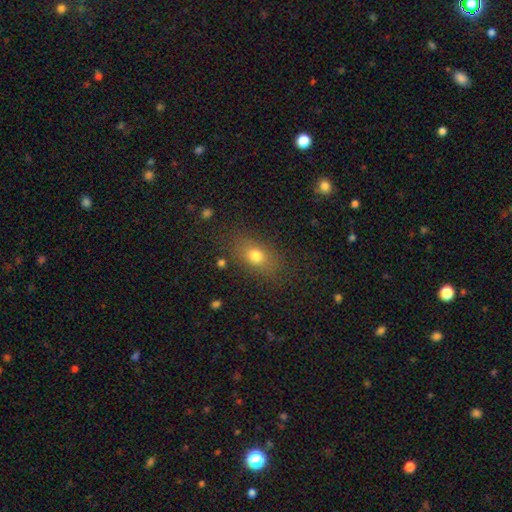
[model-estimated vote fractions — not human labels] This appears to be a smooth galaxy with no disk features (75%) that is in between round and cigar-shaped (72%). Merging: none (80%).